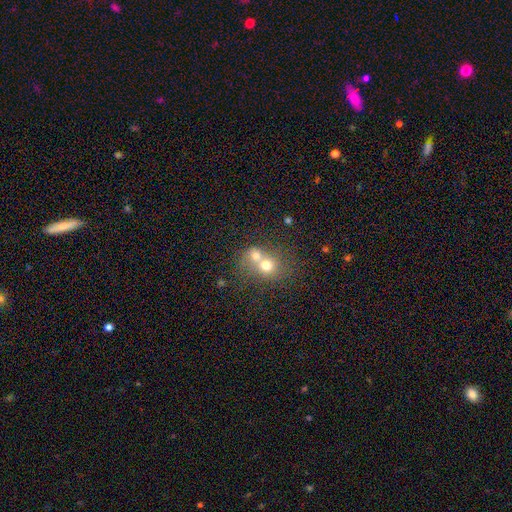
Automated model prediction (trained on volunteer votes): Smooth or featured? smooth (65%)
How rounded? round (69%)
Merging? merger (69%)